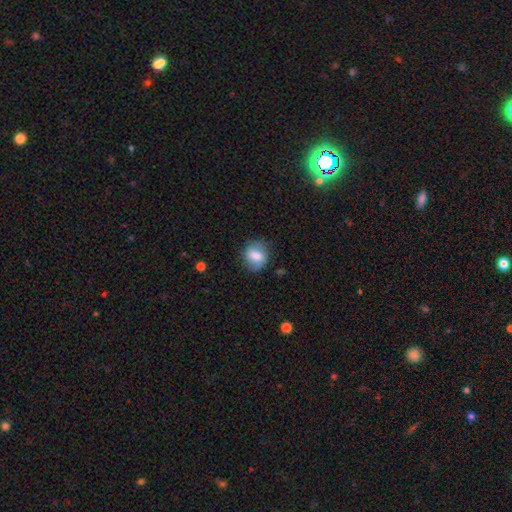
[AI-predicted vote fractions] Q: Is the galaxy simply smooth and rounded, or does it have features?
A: smooth — 67%.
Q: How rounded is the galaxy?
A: round — 61%.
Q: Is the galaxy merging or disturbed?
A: none — 71%.